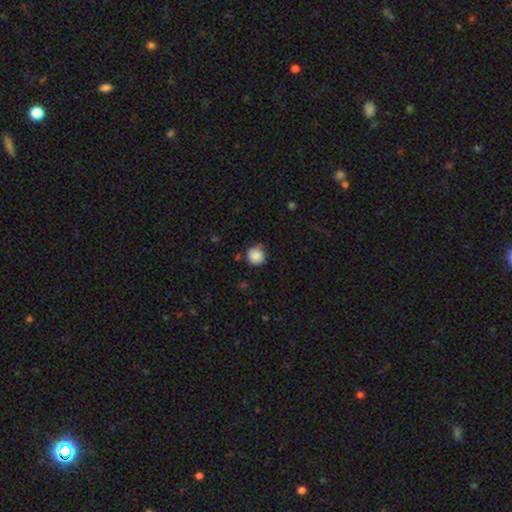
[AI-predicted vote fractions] This is clearly a smooth galaxy (88%). How rounded: clearly round (94%). Merging: clearly none (82%).